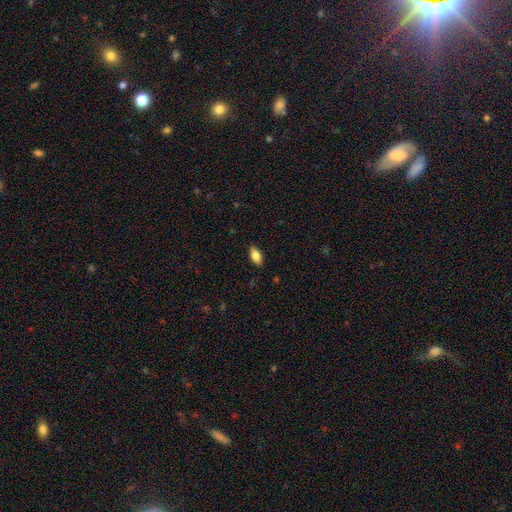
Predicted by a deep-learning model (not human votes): smooth-or-featured: smooth: 77% | featured or disk: 16% | star or artifact: 7%
  how-rounded: in between: 88% | cigar-shaped: 8% | round: 3%
  merging: none: 88% | minor disturbance: 9% | major disturbance: 2% | merger: 1%